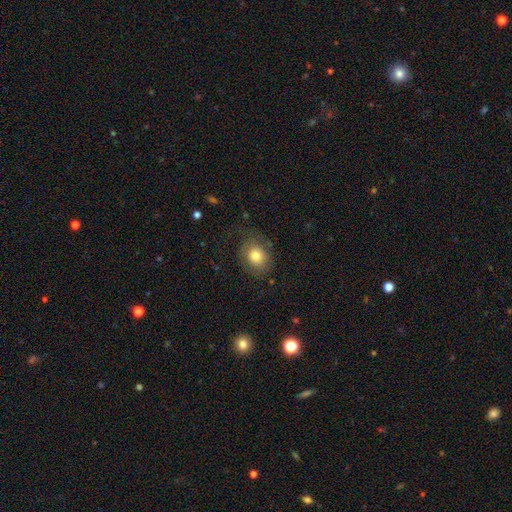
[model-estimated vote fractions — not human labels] The model was most divided on "how rounded": round: 57%, in between: 42%, cigar-shaped: 1%. More confident: smooth or featured — smooth (78%); merging — none (71%).